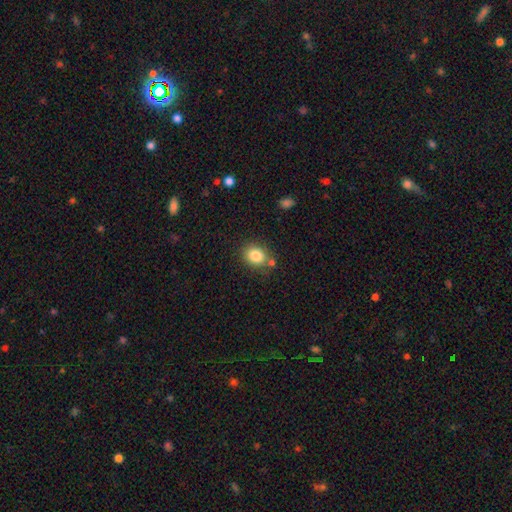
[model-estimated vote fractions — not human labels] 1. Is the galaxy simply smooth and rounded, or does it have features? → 84% smooth, 9% star or artifact, 7% featured or disk.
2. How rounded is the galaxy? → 52% round, 47% in between, 1% cigar-shaped.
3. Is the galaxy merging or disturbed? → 74% none, 13% minor disturbance, 9% merger, 4% major disturbance.